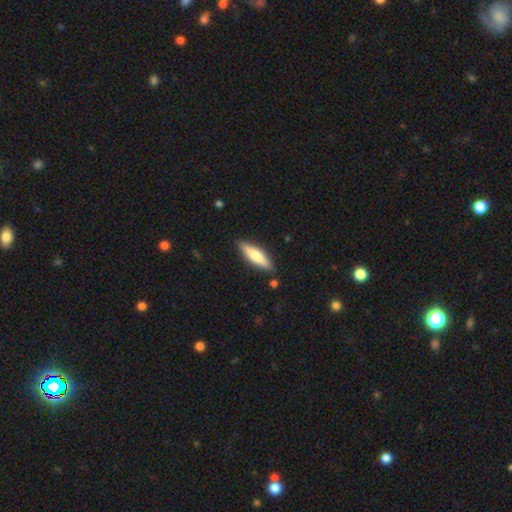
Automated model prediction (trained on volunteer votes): Smooth or featured?
  - smooth: 63% *
  - featured or disk: 32%
  - star or artifact: 5%
How rounded?
  - cigar-shaped: 68% *
  - in between: 30%
  - round: 2%
Merging?
  - none: 87% *
  - minor disturbance: 9%
  - merger: 2%
  - major disturbance: 2%